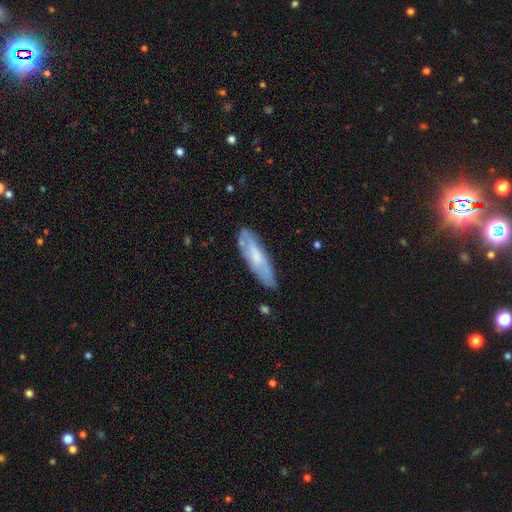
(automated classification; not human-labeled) Overall: featured or disk (48%; smooth 45%). Merging: none (74%).